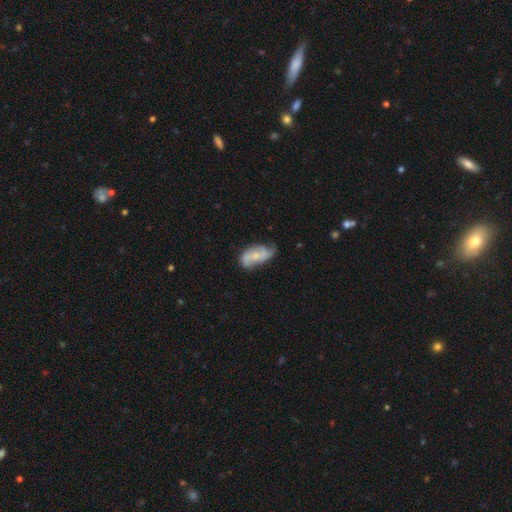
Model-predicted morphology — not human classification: Smooth or featured? featured or disk (65%)
Edge-on disk? no (95%)
Bar? no (68%)
Spiral arms? yes (88%)
Spiral winding? loose (44%)
Spiral arm count? 2 (71%)
Bulge size? small (61%)
Merging? none (50%)